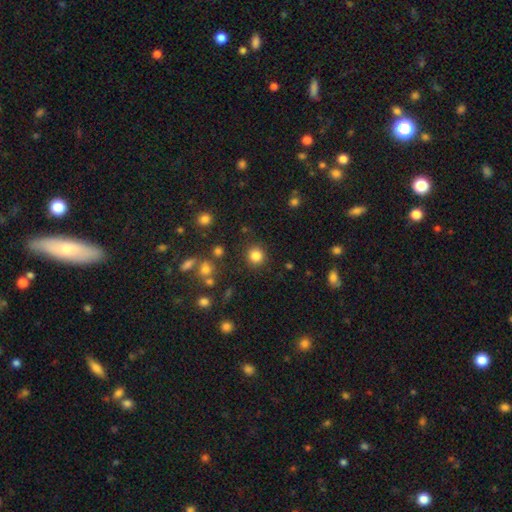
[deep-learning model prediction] Overall: smooth (83%). How rounded: round (90%). Merging: none (88%).